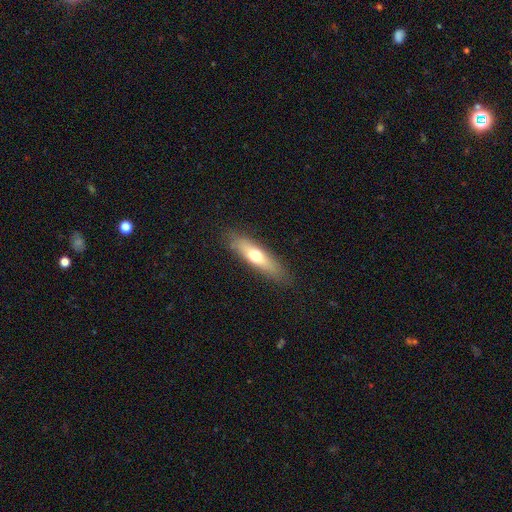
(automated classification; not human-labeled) The model was most divided on "smooth or featured": smooth: 58%, featured or disk: 35%, star or artifact: 7%. More confident: merging — none (83%); how rounded — cigar-shaped (66%).